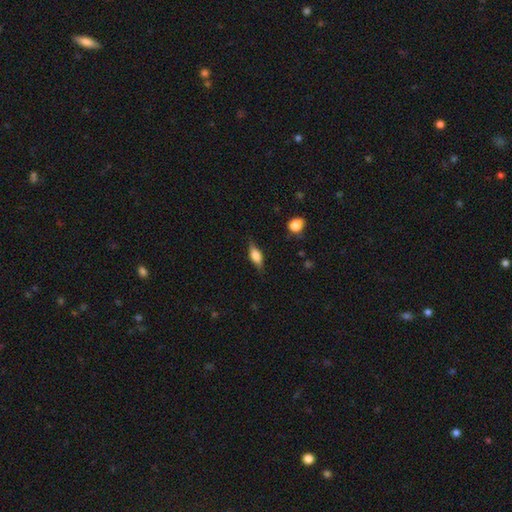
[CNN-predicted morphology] Smooth or featured? Predicted: smooth (p=0.55). How rounded? Predicted: in between (p=0.70). Merging? Predicted: none (p=0.76).